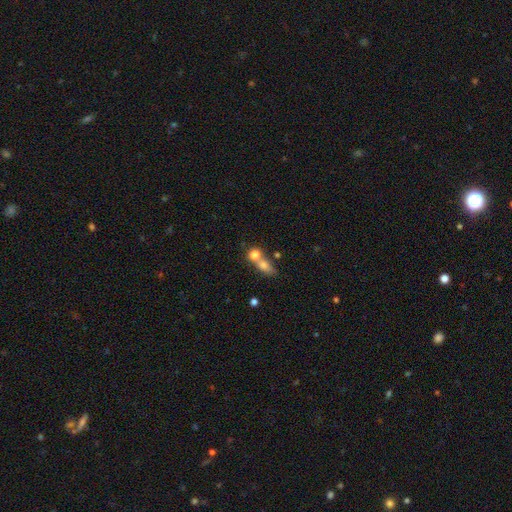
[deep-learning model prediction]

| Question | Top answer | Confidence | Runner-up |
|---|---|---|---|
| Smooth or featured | smooth | 76% | featured or disk (14%) |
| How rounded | round | 65% | in between (32%) |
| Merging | merger | 61% | none (28%) |